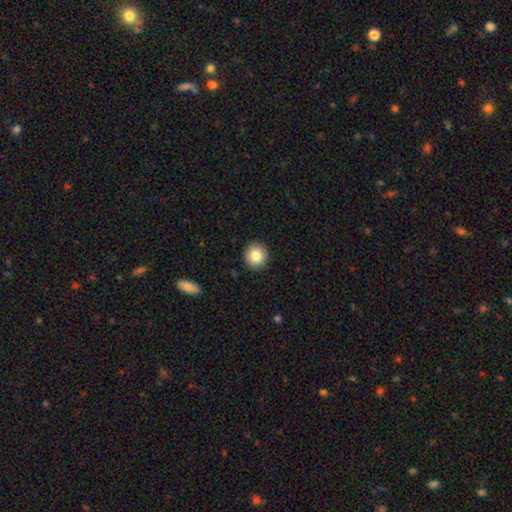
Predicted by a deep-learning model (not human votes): This is clearly a smooth galaxy (83%). How rounded: clearly round (93%). Merging: clearly none (92%).